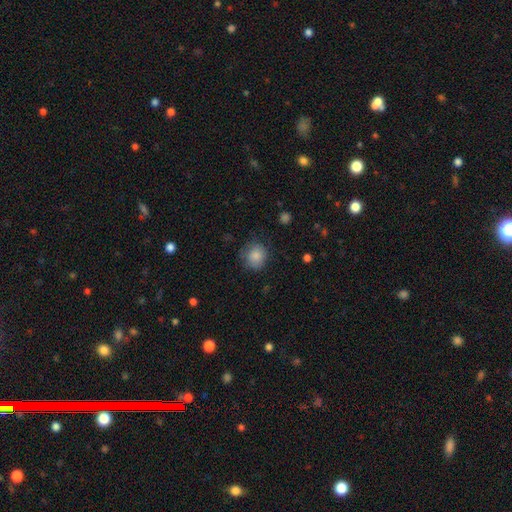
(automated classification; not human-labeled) Morphology: type=smooth (85%); roundness=round (83%); merging=none (73%).